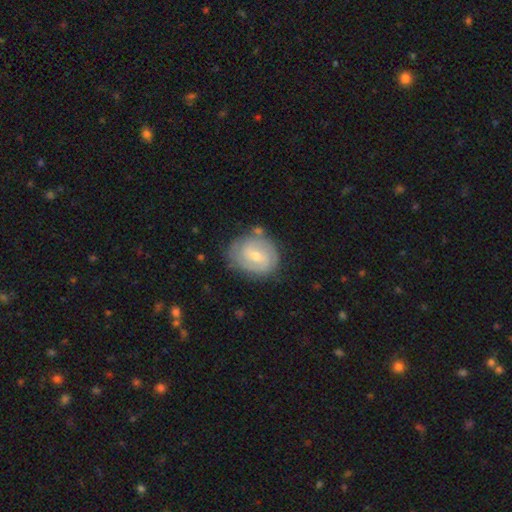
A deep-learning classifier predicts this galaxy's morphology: smooth-or-featured: featured or disk: 65% | smooth: 28% | star or artifact: 6%
  disk-edge-on: no: 97% | yes: 3%
    bar: weak: 51% | no: 37% | strong: 13%
    has-spiral-arms: yes: 82% | no: 18%
      spiral-winding: tight: 58% | medium: 31% | loose: 11%
      spiral-arm-count: 2: 48% | can't tell: 32% | 3: 10% | 1: 4% | 4: 3% | more than 4: 2%
    bulge-size: moderate: 49% | small: 47% | large: 1% | none: 1% | dominant: 1%
  merging: none: 70% | minor disturbance: 19% | major disturbance: 6% | merger: 5%